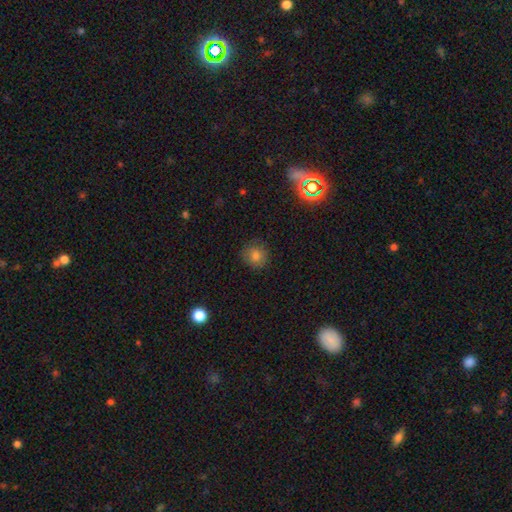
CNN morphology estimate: Smooth or featured? smooth (79%)
How rounded? round (89%)
Merging? none (86%)